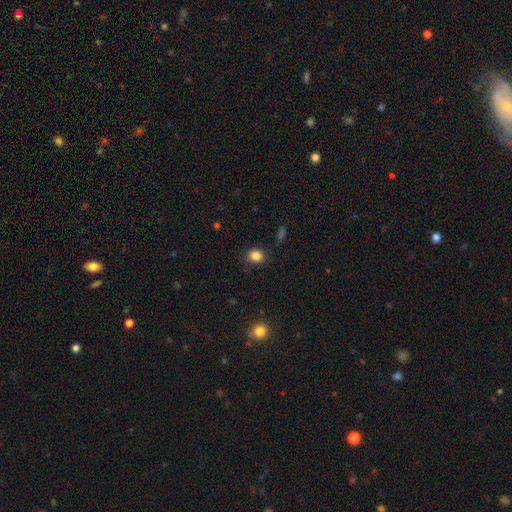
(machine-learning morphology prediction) smooth_or_featured: smooth (p=0.85) [alt: star or artifact p=0.11]
how_rounded: round (p=0.59) [alt: in between p=0.40]
merging: none (p=0.81) [alt: minor disturbance p=0.14]